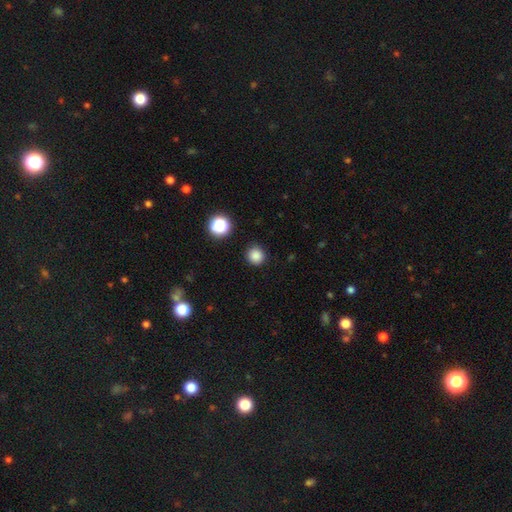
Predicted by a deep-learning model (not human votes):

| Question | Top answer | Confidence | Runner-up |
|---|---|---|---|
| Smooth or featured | smooth | 84% | star or artifact (13%) |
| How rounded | round | 94% | in between (5%) |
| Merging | none | 90% | minor disturbance (6%) |